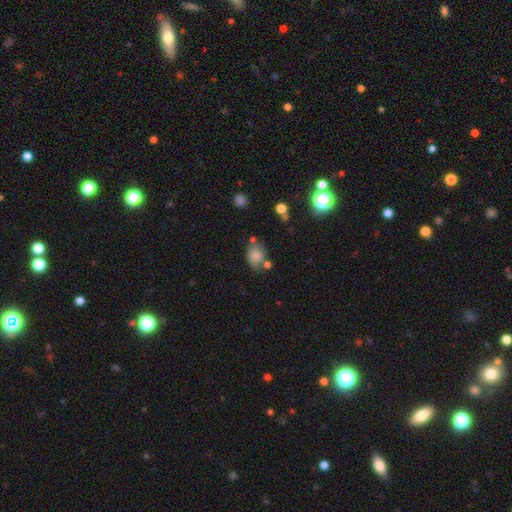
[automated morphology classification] Q: Smooth or featured?
A: smooth (78%); runner-up: featured or disk (12%)
Q: How rounded?
A: in between (69%); runner-up: round (29%)
Q: Merging?
A: none (56%); runner-up: minor disturbance (22%)